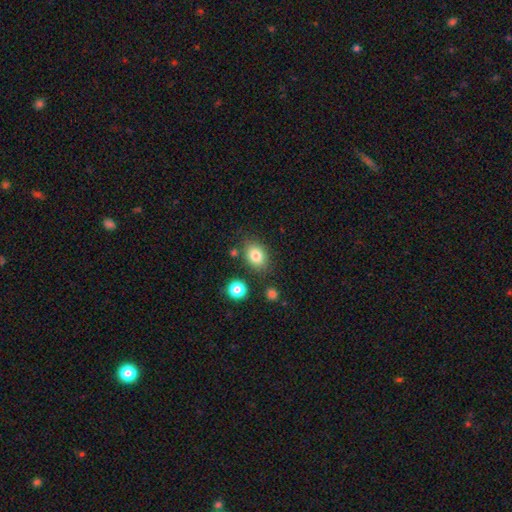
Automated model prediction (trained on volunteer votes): The model was most divided on "how rounded": in between: 70%, round: 29%, cigar-shaped: 1%. More confident: smooth or featured — smooth (82%); merging — none (78%).